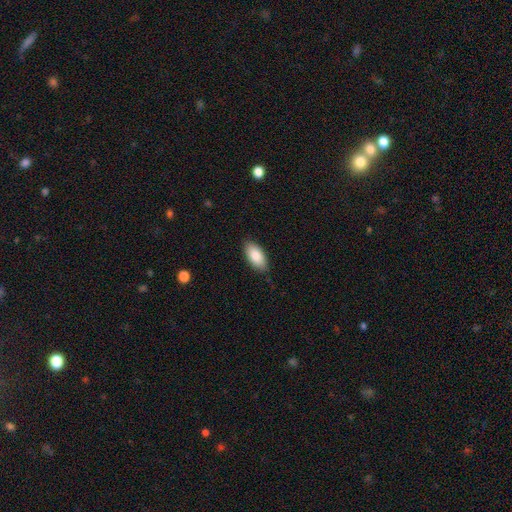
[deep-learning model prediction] smooth 85%, featured or disk 8%, star or artifact 6%. Down the decision tree: how rounded — in between (92%); merging — none (85%).